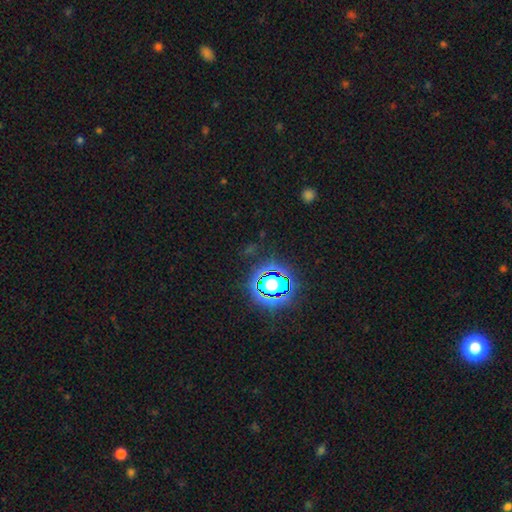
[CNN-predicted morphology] Overall: star or artifact (80%).